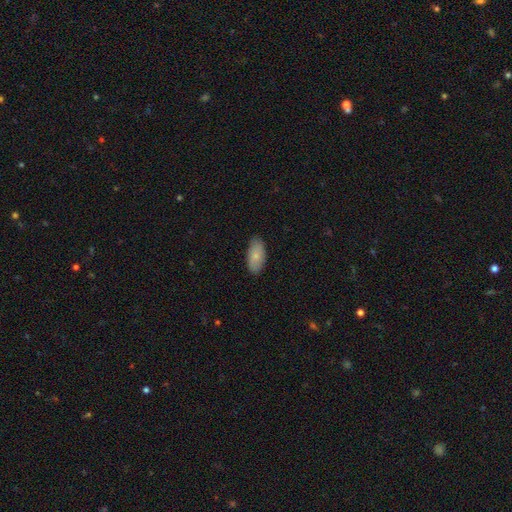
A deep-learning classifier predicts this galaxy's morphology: This appears to be a smooth galaxy with no disk features (80%) that is in between round and cigar-shaped (93%). Merging: none (86%).